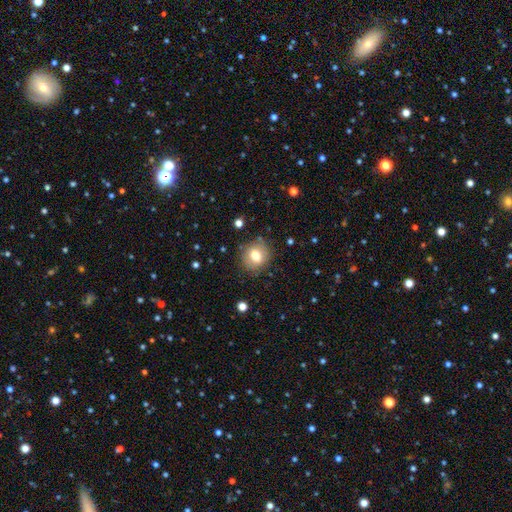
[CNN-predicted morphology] smooth-or-featured: smooth: 75% | featured or disk: 15% | star or artifact: 10%
  how-rounded: round: 77% | in between: 22% | cigar-shaped: 1%
  merging: none: 84% | minor disturbance: 11% | major disturbance: 3% | merger: 2%